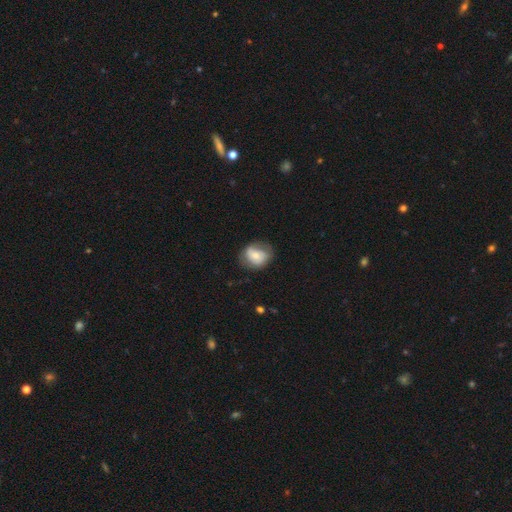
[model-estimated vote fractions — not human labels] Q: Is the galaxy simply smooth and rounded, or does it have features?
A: smooth — 56%.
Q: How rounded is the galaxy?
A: round — 53%.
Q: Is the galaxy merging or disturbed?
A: none — 62%.